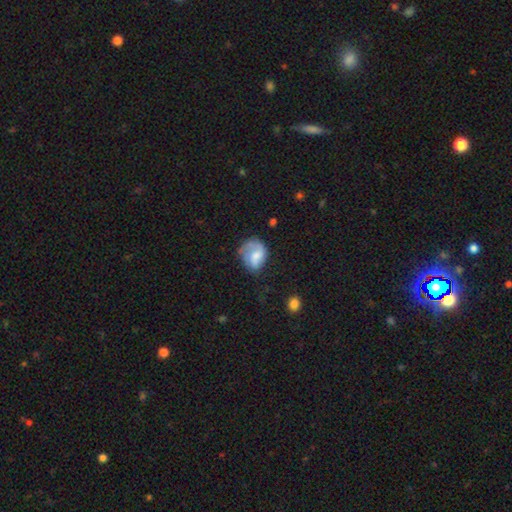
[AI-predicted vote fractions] smooth 51%, featured or disk 41%, star or artifact 8%. Down the decision tree: how rounded — in between (50%); merging — none (45%).